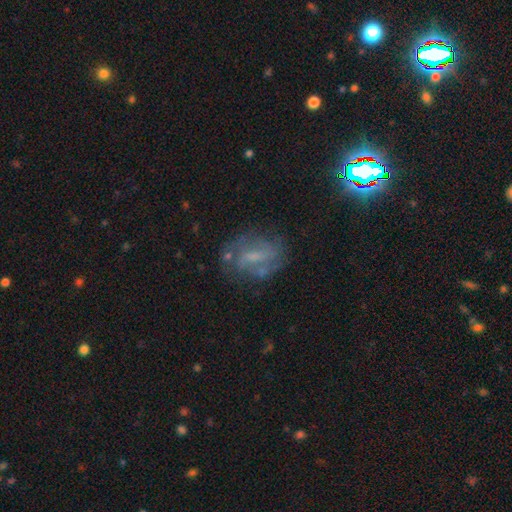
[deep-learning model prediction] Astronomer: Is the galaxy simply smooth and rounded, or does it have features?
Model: featured or disk — 58%.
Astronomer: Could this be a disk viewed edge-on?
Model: no — 93%.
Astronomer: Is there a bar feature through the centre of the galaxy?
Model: weak — 46% (runner-up: no, 28%).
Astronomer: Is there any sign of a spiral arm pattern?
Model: yes — 68%.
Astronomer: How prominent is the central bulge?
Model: small — 36% (runner-up: none, 34%).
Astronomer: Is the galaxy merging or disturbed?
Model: none — 65%.